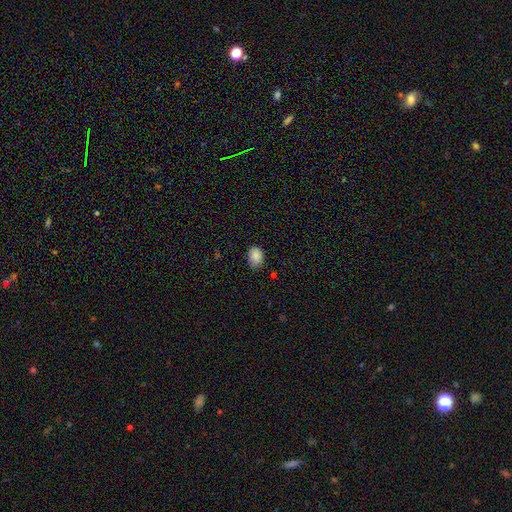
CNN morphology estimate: A smooth galaxy with no disk features (87%) that is in between round and cigar-shaped (68%). Merging: none (74%).